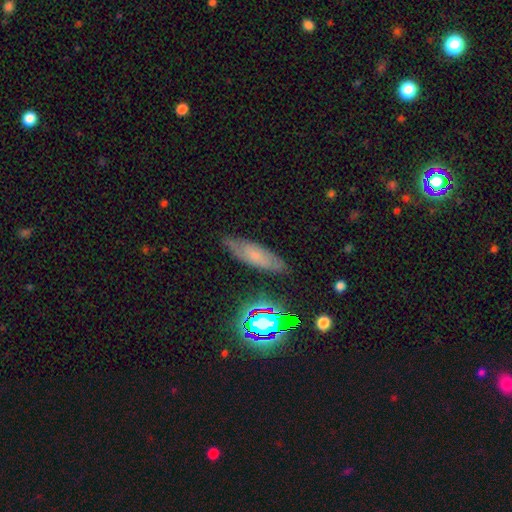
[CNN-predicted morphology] A smooth galaxy with no disk features (50%).

Vote fractions:
- Smooth or featured? smooth: 50% / featured or disk: 33% / star or artifact: 17%
- Merging? none: 77% / minor disturbance: 17% / major disturbance: 4% / merger: 2%